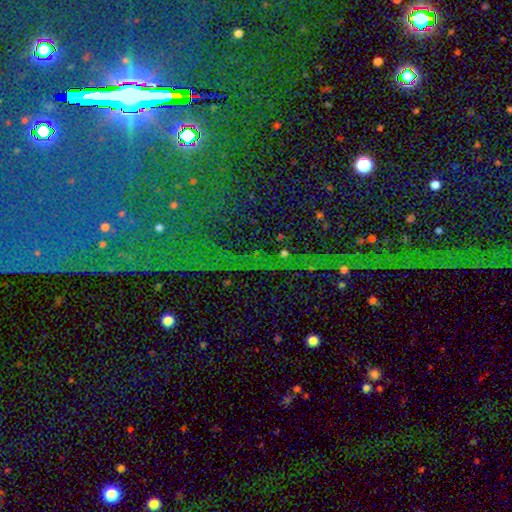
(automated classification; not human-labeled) Smooth or featured? star or artifact (78%)